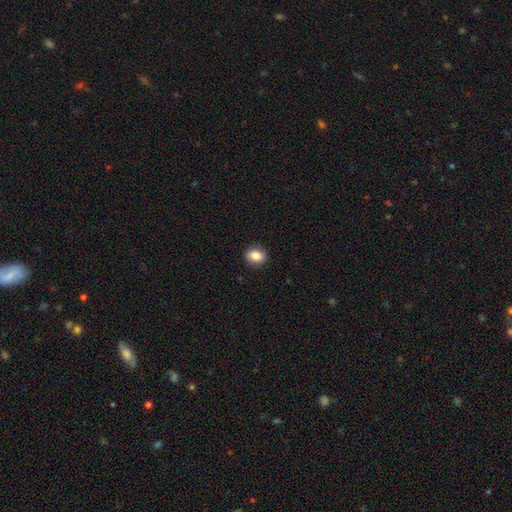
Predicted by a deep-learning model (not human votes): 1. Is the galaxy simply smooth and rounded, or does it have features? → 86% smooth, 9% star or artifact, 6% featured or disk.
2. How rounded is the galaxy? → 52% in between, 46% round, 1% cigar-shaped.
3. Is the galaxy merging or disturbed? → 89% none, 8% minor disturbance, 2% major disturbance, 1% merger.